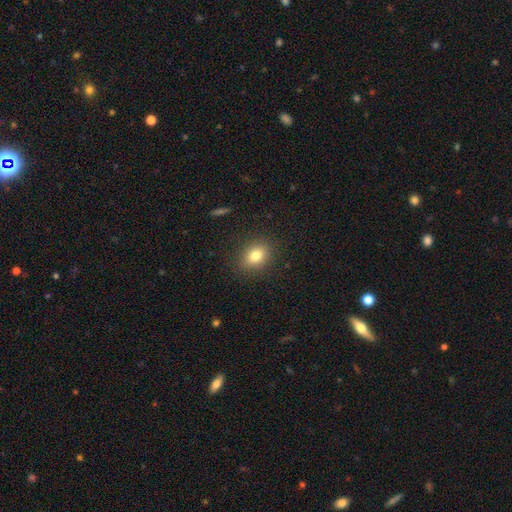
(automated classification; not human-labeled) Smooth or featured? smooth (80%)
How rounded? in between (59%)
Merging? none (87%)